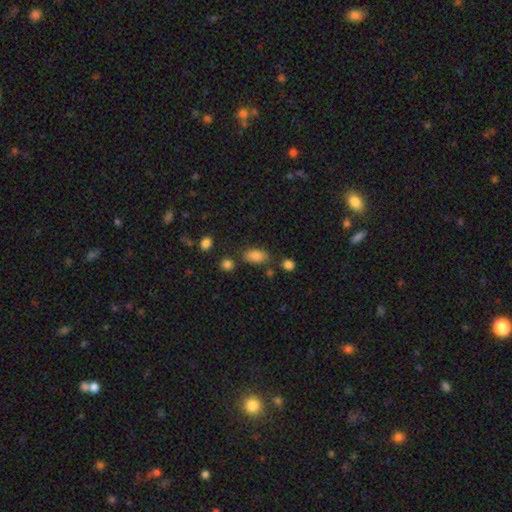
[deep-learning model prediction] Overall: smooth (85%). How rounded: in between (90%). Merging: none (72%).